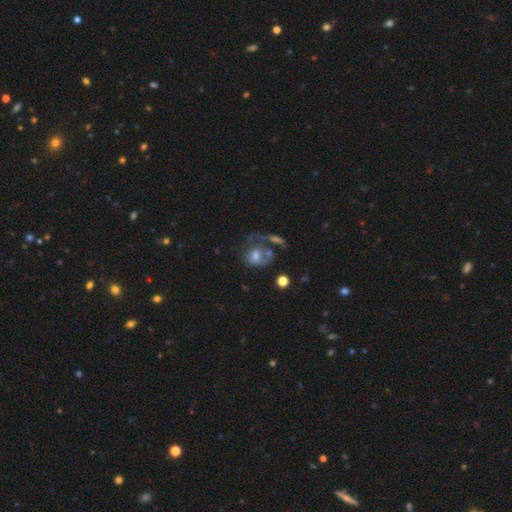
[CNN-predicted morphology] smooth-or-featured: smooth: 46% | featured or disk: 43% | star or artifact: 12%
  merging: major disturbance: 31% | merger: 29% | none: 25% | minor disturbance: 14%